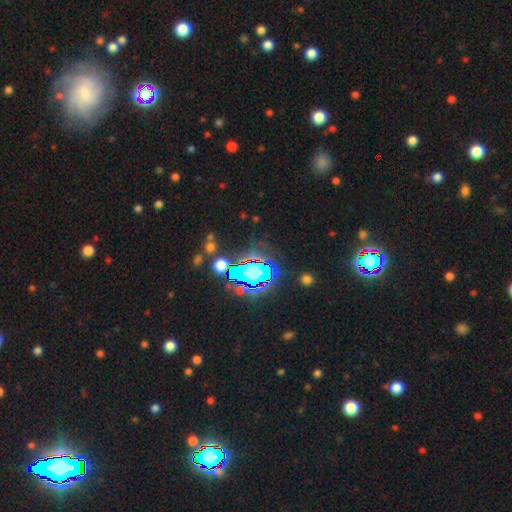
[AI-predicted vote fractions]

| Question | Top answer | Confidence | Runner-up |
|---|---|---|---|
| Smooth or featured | star or artifact | 82% | smooth (10%) |